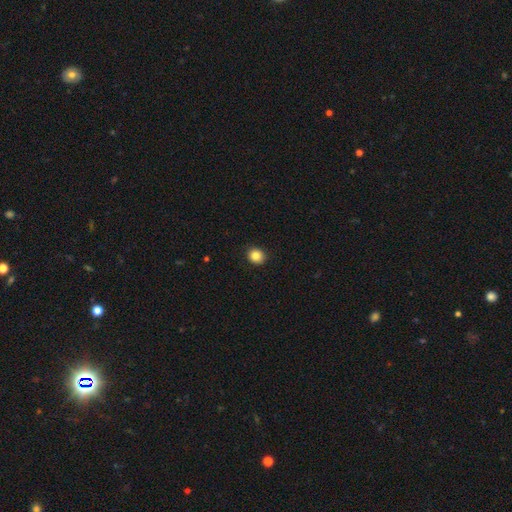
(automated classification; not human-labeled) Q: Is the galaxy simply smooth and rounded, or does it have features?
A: smooth — 85%.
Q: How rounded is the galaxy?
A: round — 74%.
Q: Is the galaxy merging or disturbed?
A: none — 91%.